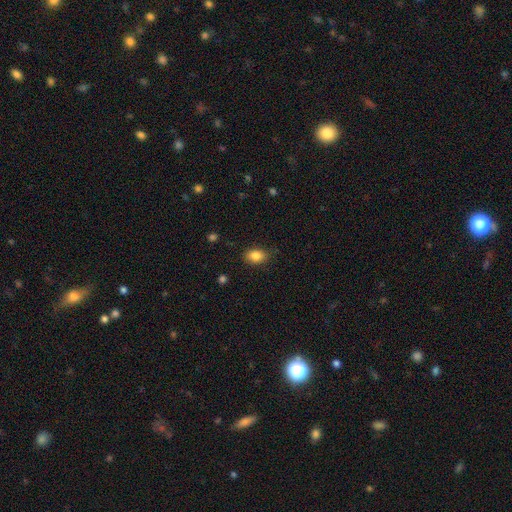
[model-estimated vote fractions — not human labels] Smooth or featured: smooth — 85% (star or artifact — 9%)
How rounded: in between — 82% (round — 16%)
Merging: none — 83% (minor disturbance — 13%)